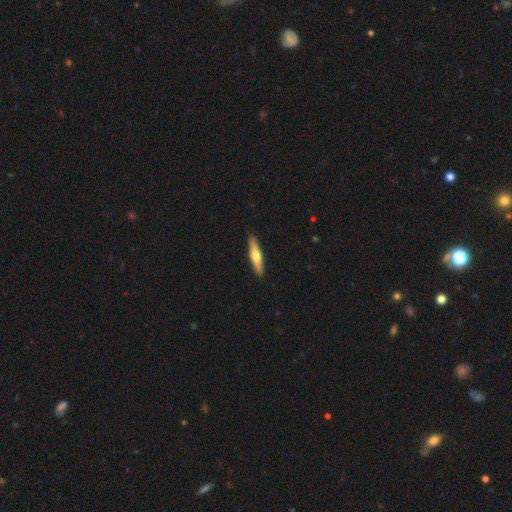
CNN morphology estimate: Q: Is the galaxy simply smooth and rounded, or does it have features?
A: smooth — 48%.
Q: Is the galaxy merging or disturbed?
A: none — 91%.